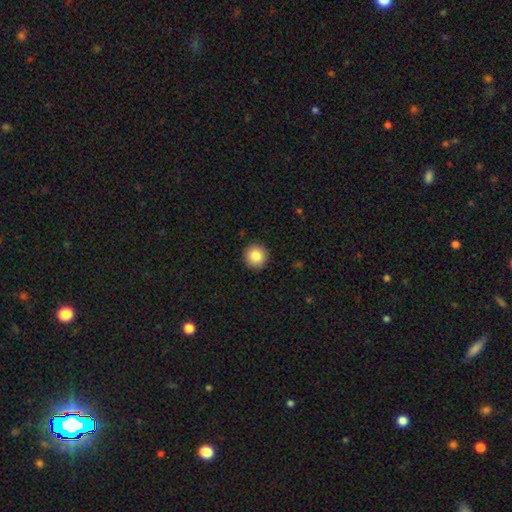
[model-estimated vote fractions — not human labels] This appears to be a smooth galaxy with no disk features (84%) that is round (96%). Merging: none (93%).